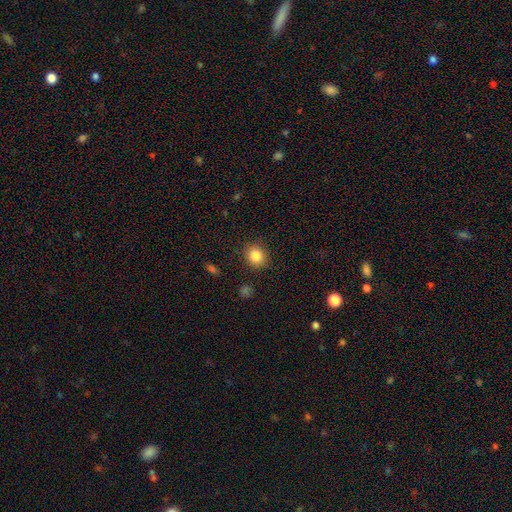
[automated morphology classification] type=smooth (85%); roundness=round (72%); merging=none (89%).